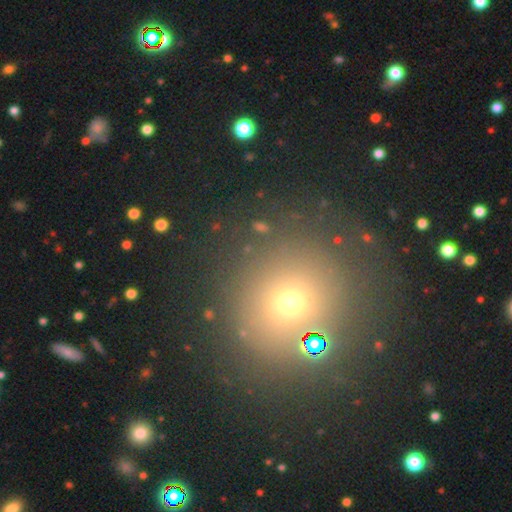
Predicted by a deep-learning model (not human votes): This is possibly a smooth galaxy (57%). How rounded: clearly round (91%). Merging: clearly none (85%).